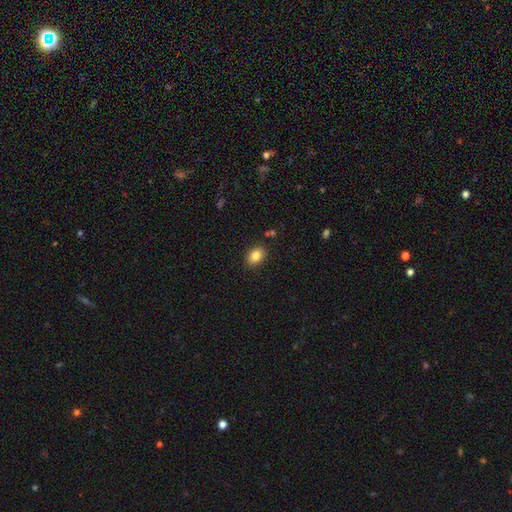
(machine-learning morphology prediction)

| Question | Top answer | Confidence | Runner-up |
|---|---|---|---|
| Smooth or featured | smooth | 84% | star or artifact (9%) |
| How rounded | in between | 74% | round (25%) |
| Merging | none | 87% | minor disturbance (9%) |